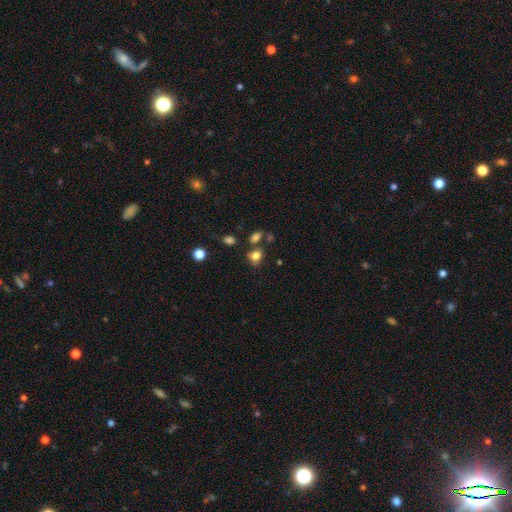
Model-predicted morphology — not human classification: Smooth or featured: smooth — 79% (star or artifact — 13%)
How rounded: in between — 54% (round — 44%)
Merging: none — 61% (minor disturbance — 17%)